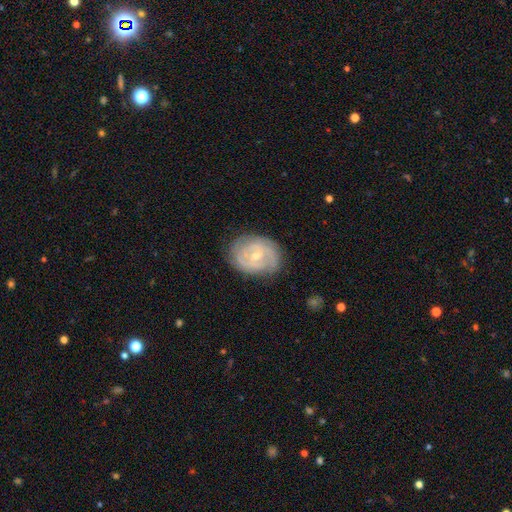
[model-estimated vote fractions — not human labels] Overall: featured or disk (79%). Edge-on disk: no (97%). Bar: weak (46%; no 42%). Spiral arms: yes (88%). Spiral arm count: 2 (48%; can't tell 30%). Spiral winding: tight (68%). Bulge size: small (60%; moderate 37%). Merging: none (77%).